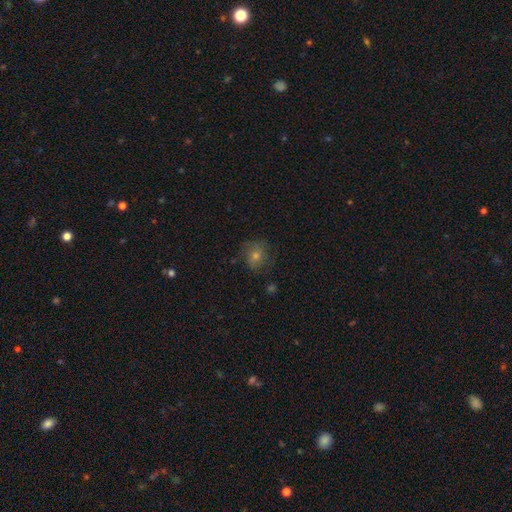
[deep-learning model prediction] The model was most divided on "smooth or featured": smooth: 47%, featured or disk: 31%, star or artifact: 22%. More confident: merging — none (72%).